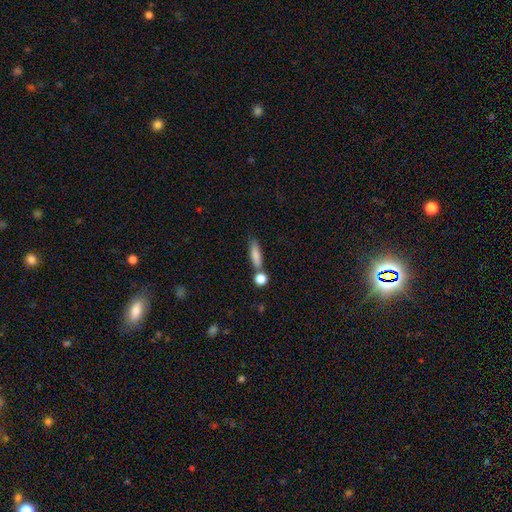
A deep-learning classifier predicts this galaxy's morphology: Smooth or featured?
  - smooth: 81% *
  - featured or disk: 11%
  - star or artifact: 8%
How rounded?
  - cigar-shaped: 54% *
  - in between: 40%
  - round: 5%
Merging?
  - none: 63% *
  - merger: 19%
  - minor disturbance: 14%
  - major disturbance: 4%